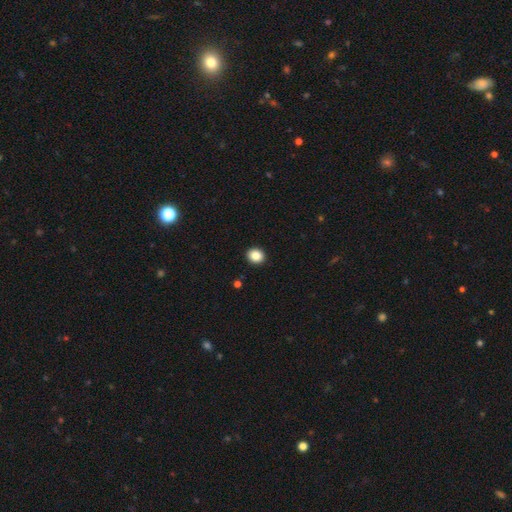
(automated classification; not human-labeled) smooth-or-featured: smooth: 86% | star or artifact: 10% | featured or disk: 4%
  how-rounded: round: 71% | in between: 29% | cigar-shaped: 1%
  merging: none: 93% | minor disturbance: 5% | major disturbance: 1% | merger: 1%